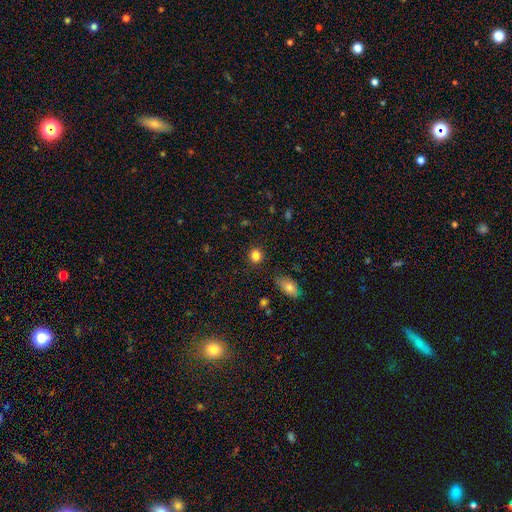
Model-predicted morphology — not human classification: smooth 85%, star or artifact 11%, featured or disk 5%. Down the decision tree: how rounded — round (84%); merging — none (88%).